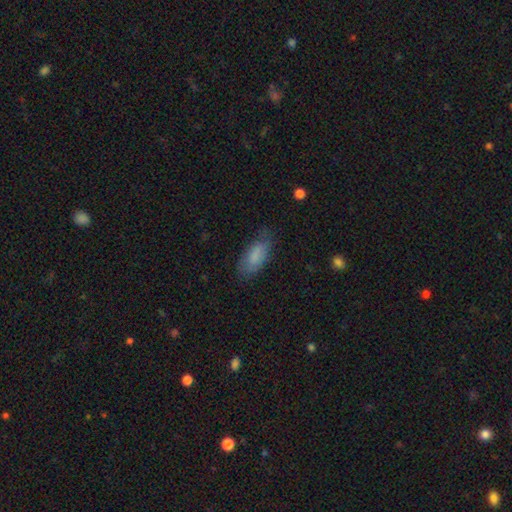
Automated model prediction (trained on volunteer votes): Smooth or featured? smooth (80%)
How rounded? in between (84%)
Merging? none (71%)